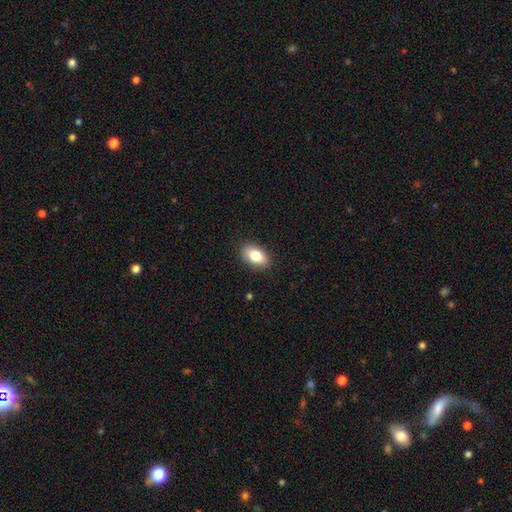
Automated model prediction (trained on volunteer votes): Overall: smooth (82%). How rounded: in between (90%). Merging: none (87%).